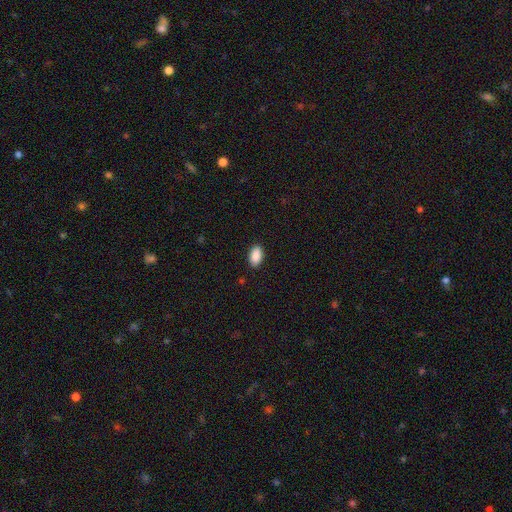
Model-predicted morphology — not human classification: This appears to be a smooth galaxy with no disk features (90%) that is in between round and cigar-shaped (94%). Merging: none (89%).